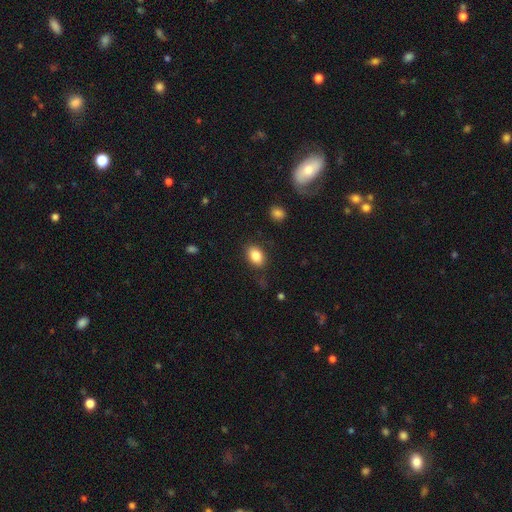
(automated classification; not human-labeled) Smooth or featured?
  - smooth: 86% *
  - star or artifact: 8%
  - featured or disk: 6%
How rounded?
  - in between: 83% *
  - round: 15%
  - cigar-shaped: 1%
Merging?
  - none: 84% *
  - minor disturbance: 11%
  - major disturbance: 3%
  - merger: 2%